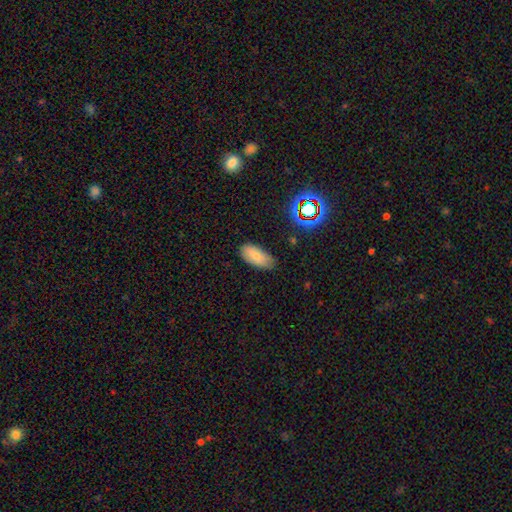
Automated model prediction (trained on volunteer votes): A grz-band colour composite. It shows a smooth galaxy with no disk features (77%) that is in between round and cigar-shaped (91%). Merging: none (76%).